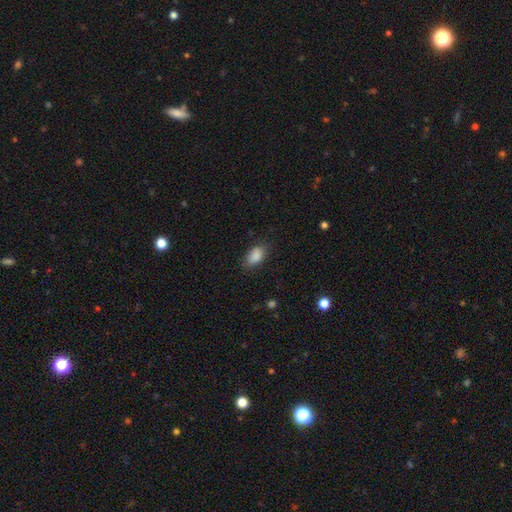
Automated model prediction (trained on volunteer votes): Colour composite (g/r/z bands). It shows a smooth galaxy with no disk features (88%) that is in between round and cigar-shaped (90%). Merging: none (78%).